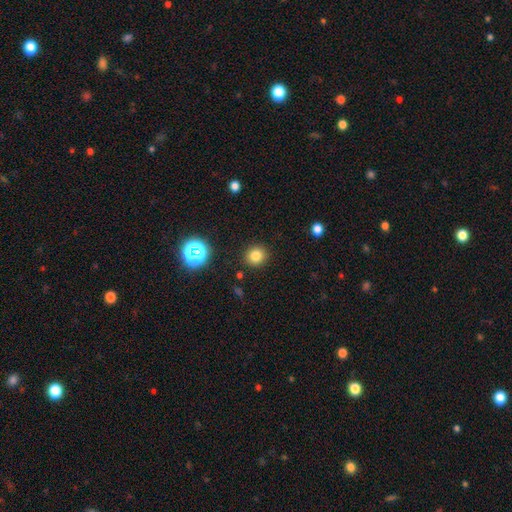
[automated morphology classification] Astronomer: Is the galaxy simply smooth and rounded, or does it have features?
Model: smooth — 79%.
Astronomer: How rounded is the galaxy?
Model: round — 85%.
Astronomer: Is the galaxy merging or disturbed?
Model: none — 89%.